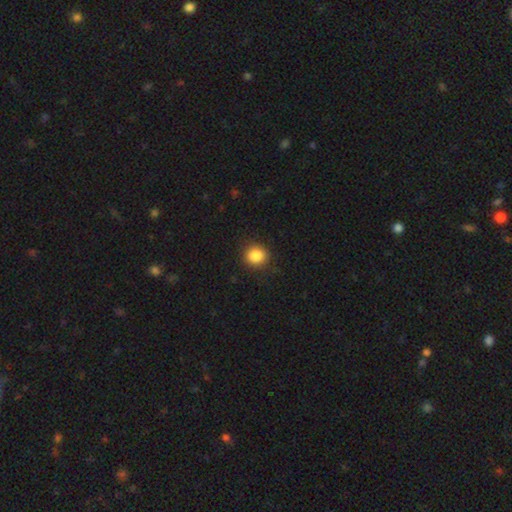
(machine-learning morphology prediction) smooth-or-featured: smooth: 87% | star or artifact: 10% | featured or disk: 3%
  how-rounded: round: 82% | in between: 17% | cigar-shaped: 1%
  merging: none: 88% | minor disturbance: 9% | major disturbance: 3% | merger: 1%